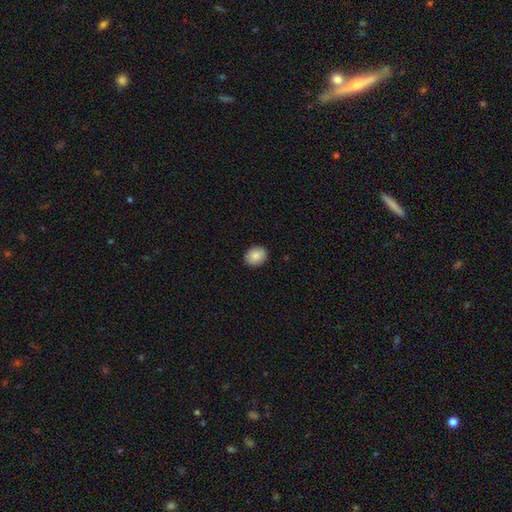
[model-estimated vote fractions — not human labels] A smooth galaxy with no disk features (86%) that is round (51%). Merging: none (90%).